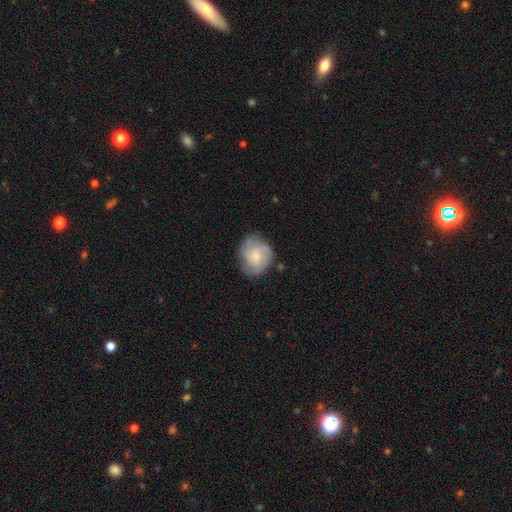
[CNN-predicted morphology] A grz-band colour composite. It shows a featured or disk galaxy (55%) with no bar (75%), spiral arms (83%) and a small central bulge (53%). Merging: none (67%).